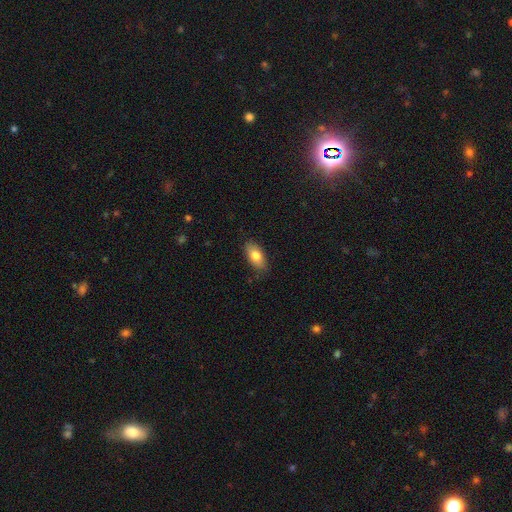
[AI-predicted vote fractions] smooth-or-featured: smooth: 80% | featured or disk: 13% | star or artifact: 7%
  how-rounded: in between: 91% | cigar-shaped: 5% | round: 4%
  merging: none: 84% | minor disturbance: 13% | major disturbance: 2% | merger: 1%